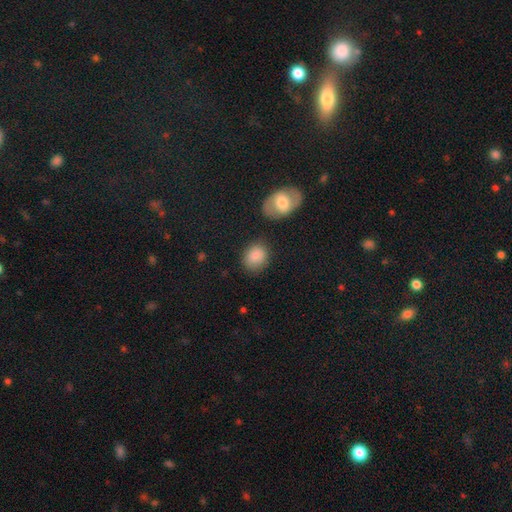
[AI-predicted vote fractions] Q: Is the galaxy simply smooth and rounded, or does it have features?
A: smooth — 86%.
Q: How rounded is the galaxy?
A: in between — 52%.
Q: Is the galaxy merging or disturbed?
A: none — 73%.